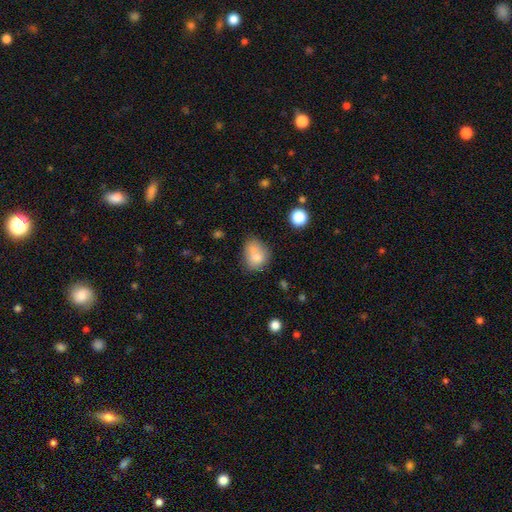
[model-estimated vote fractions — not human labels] Smooth or featured? smooth (76%)
How rounded? in between (55%)
Merging? none (41%)